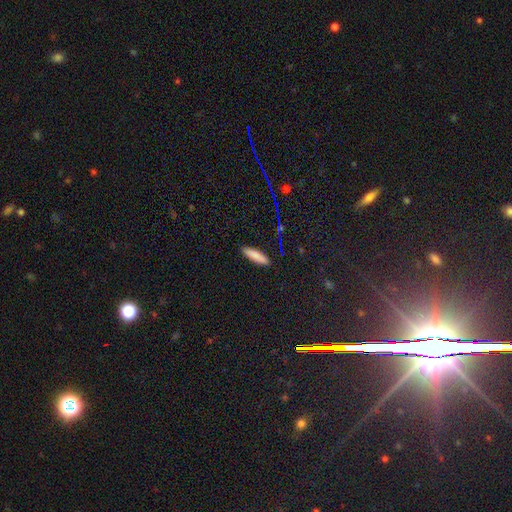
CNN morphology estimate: Smooth or featured? Predicted: smooth (p=0.82). How rounded? Predicted: cigar-shaped (p=0.69). Merging? Predicted: none (p=0.89).